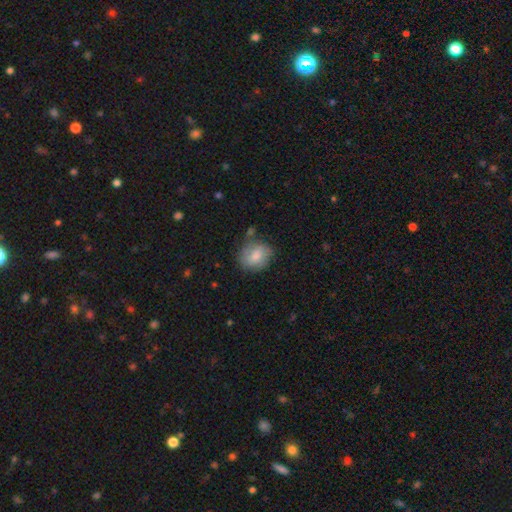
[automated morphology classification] Smooth or featured? Predicted: smooth (p=0.65). How rounded? Predicted: round (p=0.57). Merging? Predicted: none (p=0.63).